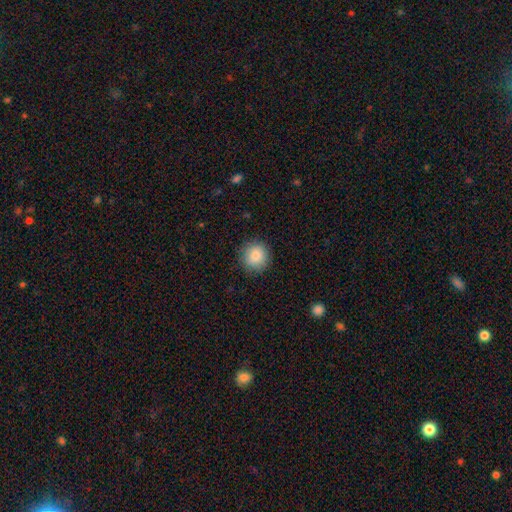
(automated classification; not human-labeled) The model was most divided on "smooth or featured": smooth: 88%, star or artifact: 8%, featured or disk: 4%. More confident: how rounded — round (92%); merging — none (89%).